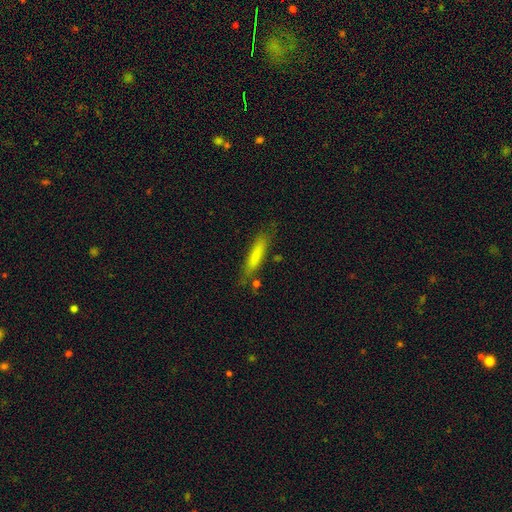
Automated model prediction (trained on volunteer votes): Smooth or featured? smooth (77%)
How rounded? cigar-shaped (86%)
Merging? none (76%)